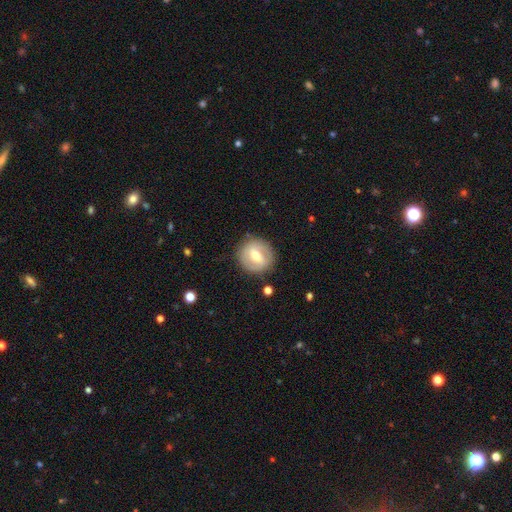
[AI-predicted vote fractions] Smooth or featured: featured or disk — 54% (smooth — 40%)
Edge-on disk: no — 94% (yes — 6%)
Bar: weak — 43% (strong — 39%)
Spiral arms: no — 59% (yes — 41%)
Bulge size: moderate — 67% (small — 27%)
Merging: none — 85% (minor disturbance — 10%)